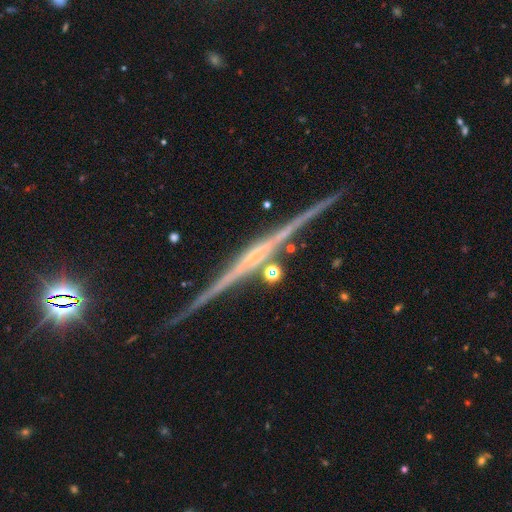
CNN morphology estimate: type=featured or disk (84%); edge-on=yes (98%); edge-on bulge=none (48%); merging=none (88%).